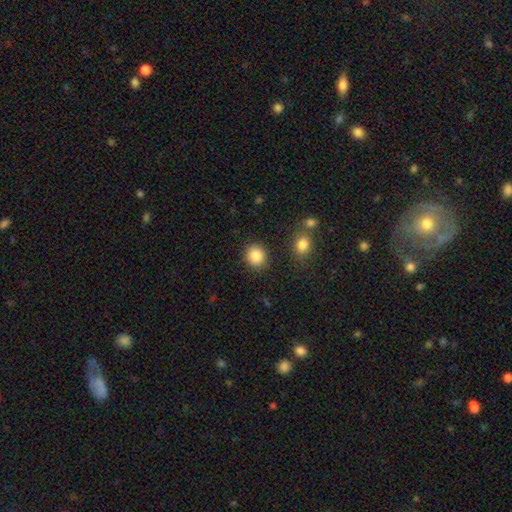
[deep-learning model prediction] This is clearly a smooth galaxy (87%). How rounded: likely round (79%). Merging: clearly none (86%).